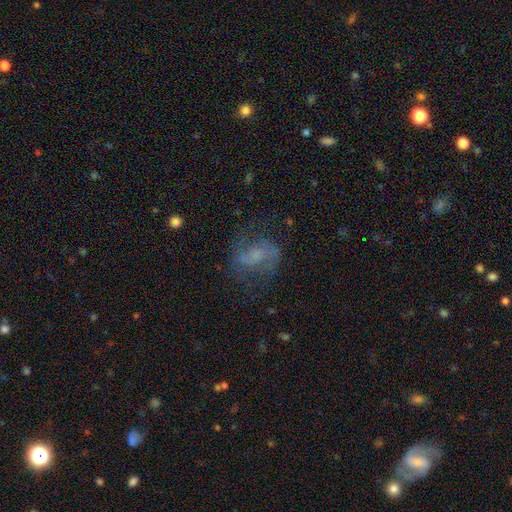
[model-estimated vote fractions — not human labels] Q: Smooth or featured?
A: featured or disk (65%); runner-up: smooth (22%)
Q: Edge-on disk?
A: no (97%); runner-up: yes (3%)
Q: Bar?
A: no (46%); runner-up: weak (41%)
Q: Spiral arms?
A: yes (86%); runner-up: no (14%)
Q: Spiral winding?
A: medium (47%); runner-up: loose (38%)
Q: Spiral arm count?
A: 2 (85%); runner-up: can't tell (8%)
Q: Bulge size?
A: small (35%); runner-up: none (33%)
Q: Merging?
A: none (64%); runner-up: minor disturbance (18%)